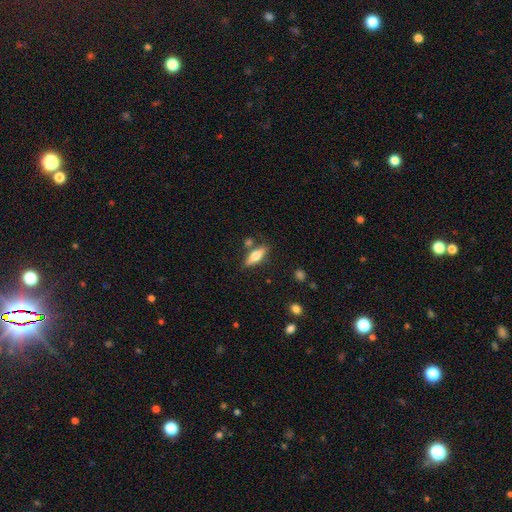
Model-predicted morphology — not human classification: type=smooth (54%); roundness=cigar-shaped (49%); merging=none (78%).